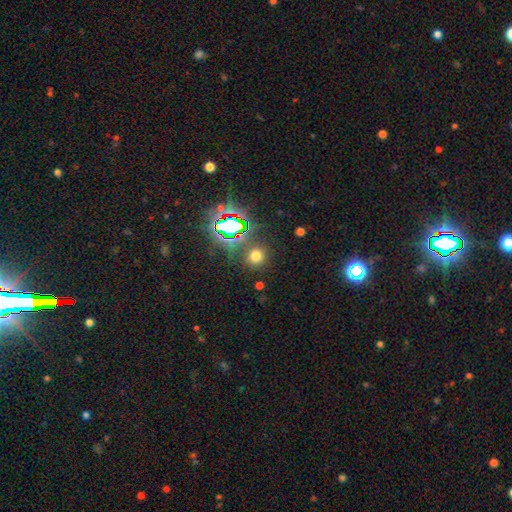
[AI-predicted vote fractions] This appears to be a smooth galaxy with no disk features (62%) that is round (90%). Merging: none (84%).